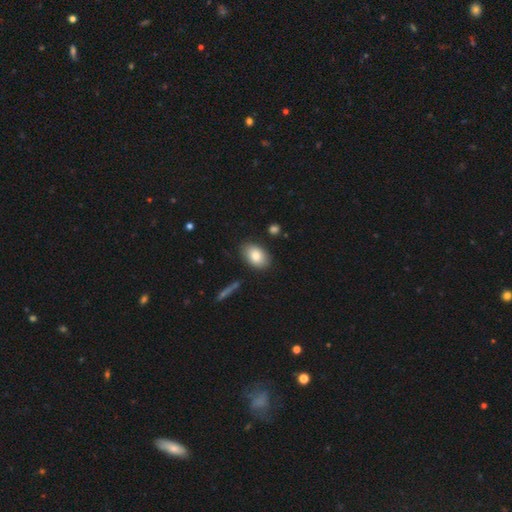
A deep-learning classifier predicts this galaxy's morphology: Overall: smooth (80%). How rounded: in between (89%). Merging: none (85%).